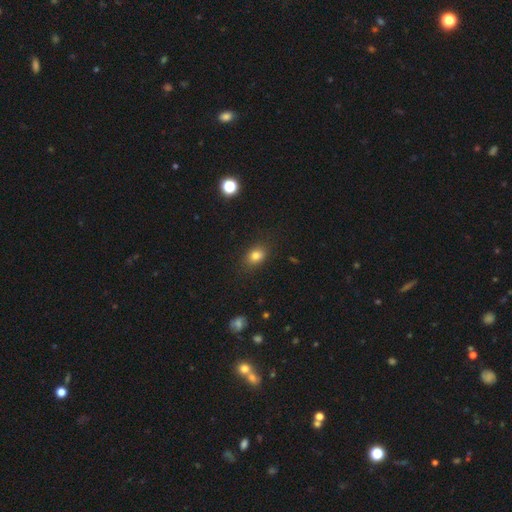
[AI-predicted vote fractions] Smooth or featured? smooth (80%)
How rounded? in between (68%)
Merging? none (83%)